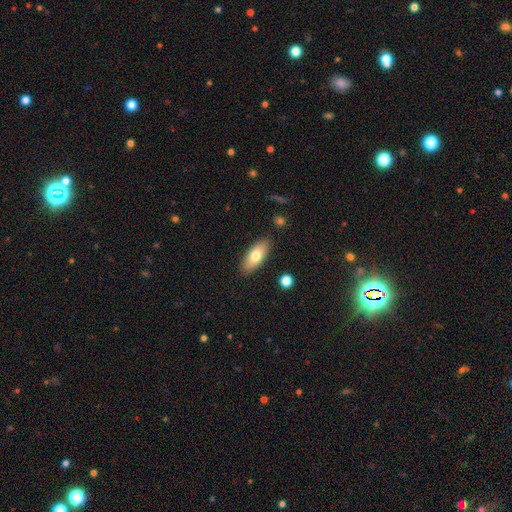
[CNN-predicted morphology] A smooth galaxy with no disk features (72%) that is in between round and cigar-shaped (82%). Merging: none (87%).